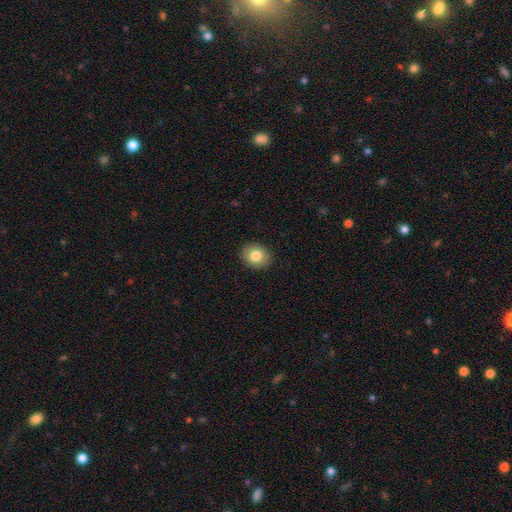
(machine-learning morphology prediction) Smooth or featured?
  - smooth: 81% *
  - featured or disk: 10%
  - star or artifact: 8%
How rounded?
  - round: 58% *
  - in between: 41%
  - cigar-shaped: 1%
Merging?
  - none: 90% *
  - minor disturbance: 7%
  - major disturbance: 2%
  - merger: 1%